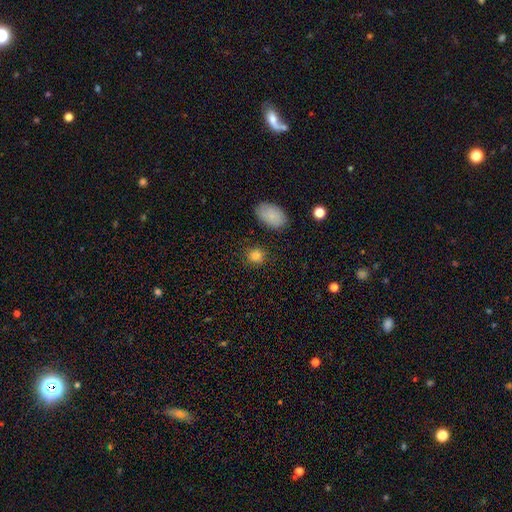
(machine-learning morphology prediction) This appears to be a smooth galaxy with no disk features (82%) that is round (74%). Merging: none (85%).